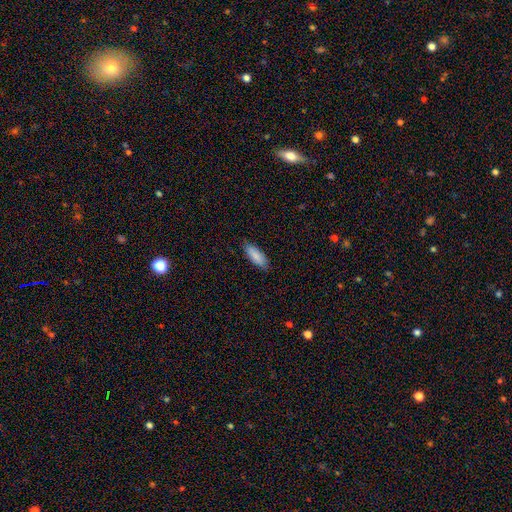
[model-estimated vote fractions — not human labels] Smooth or featured? Predicted: smooth (p=0.87). How rounded? Predicted: in between (p=0.71). Merging? Predicted: none (p=0.83).